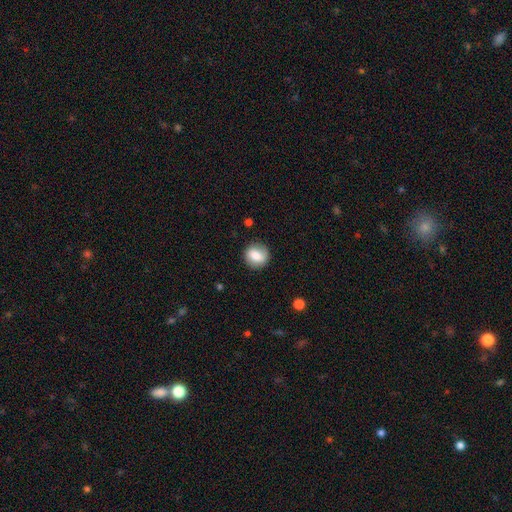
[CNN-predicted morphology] Smooth or featured? smooth (75%)
How rounded? round (84%)
Merging? none (84%)